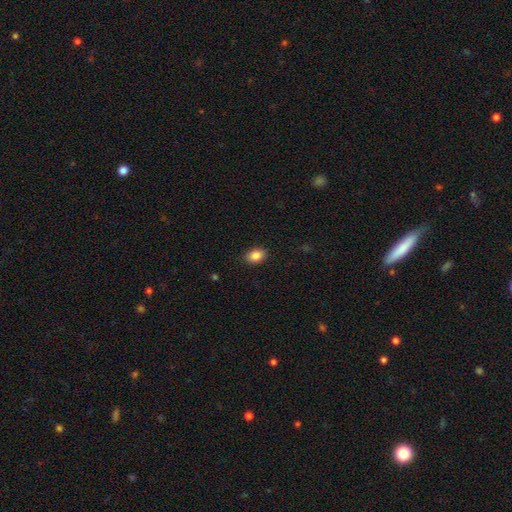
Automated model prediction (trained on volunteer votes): This is clearly a smooth galaxy (86%). How rounded: likely in between (78%). Merging: clearly none (89%).